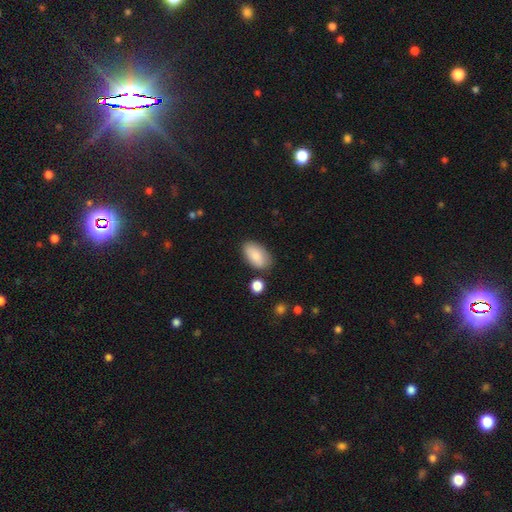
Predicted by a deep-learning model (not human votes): Morphology: type=smooth (83%); roundness=in between (94%); merging=none (79%).